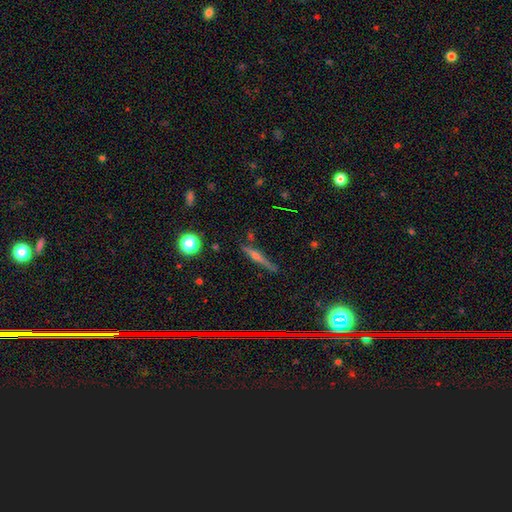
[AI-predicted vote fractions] This appears to be a featured or disk galaxy (54%) viewed edge-on (95%) with a rounded central bulge (60%). Merging: none (80%).